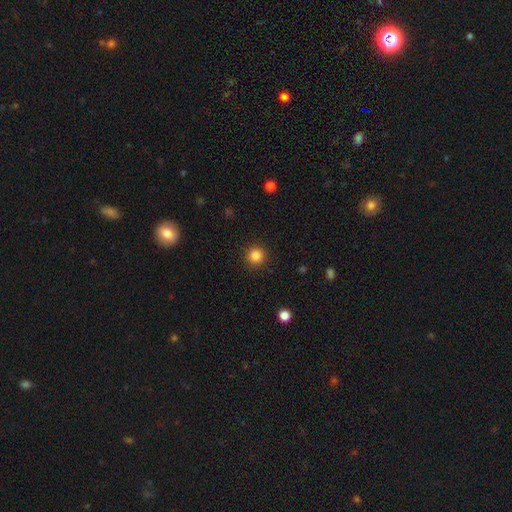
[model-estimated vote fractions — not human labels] Q: Smooth or featured?
A: smooth (84%); runner-up: star or artifact (12%)
Q: How rounded?
A: round (95%); runner-up: in between (4%)
Q: Merging?
A: none (92%); runner-up: minor disturbance (5%)